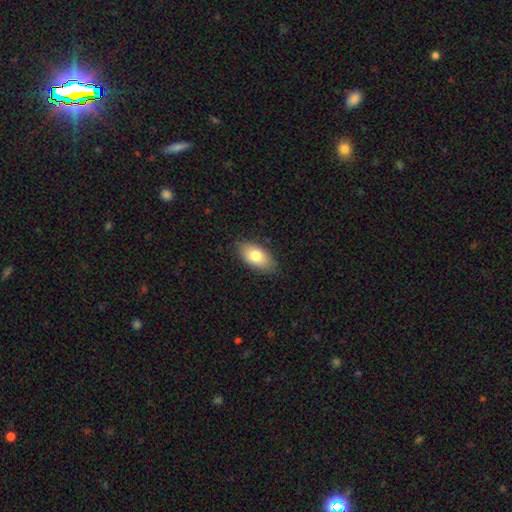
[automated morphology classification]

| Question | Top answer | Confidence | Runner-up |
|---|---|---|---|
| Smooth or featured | smooth | 77% | featured or disk (16%) |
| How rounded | in between | 92% | round (5%) |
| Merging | none | 85% | minor disturbance (12%) |